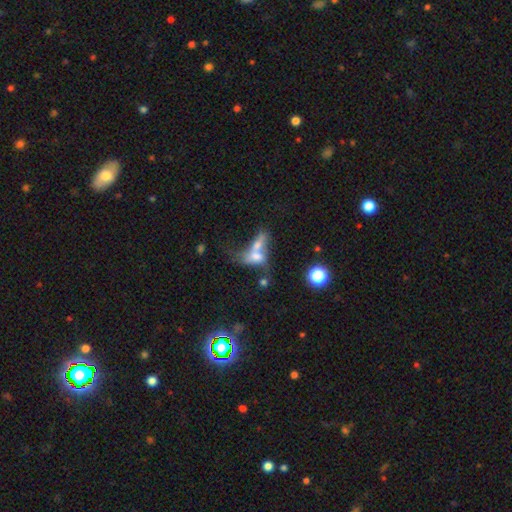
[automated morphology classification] Smooth or featured? Predicted: smooth (p=0.52). How rounded? Predicted: in between (p=0.70). Merging? Predicted: merger (p=0.72).